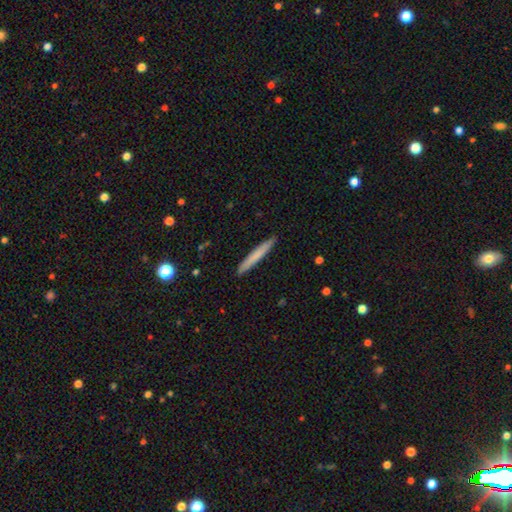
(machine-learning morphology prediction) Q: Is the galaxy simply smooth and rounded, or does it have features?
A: smooth — 71%.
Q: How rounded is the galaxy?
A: cigar-shaped — 97%.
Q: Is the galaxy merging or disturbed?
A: none — 92%.